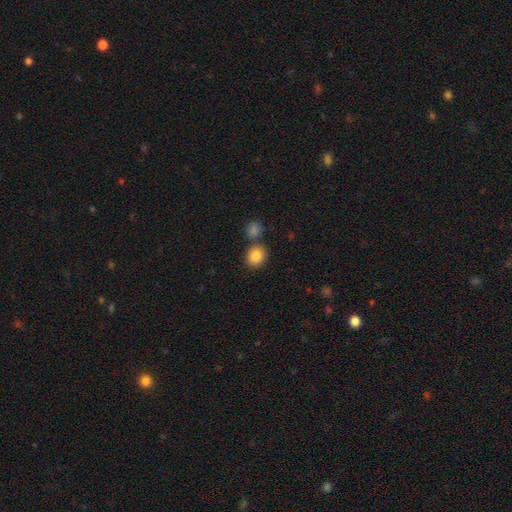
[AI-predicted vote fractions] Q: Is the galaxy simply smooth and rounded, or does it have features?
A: smooth — 87%.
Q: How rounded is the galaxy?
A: round — 63%.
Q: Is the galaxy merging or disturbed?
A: none — 67%.